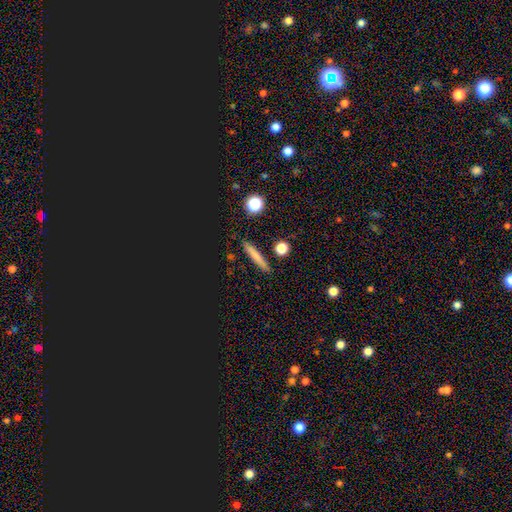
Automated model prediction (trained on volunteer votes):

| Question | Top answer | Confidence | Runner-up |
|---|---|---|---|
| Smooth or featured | smooth | 70% | featured or disk (17%) |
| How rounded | cigar-shaped | 90% | in between (6%) |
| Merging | none | 88% | minor disturbance (8%) |